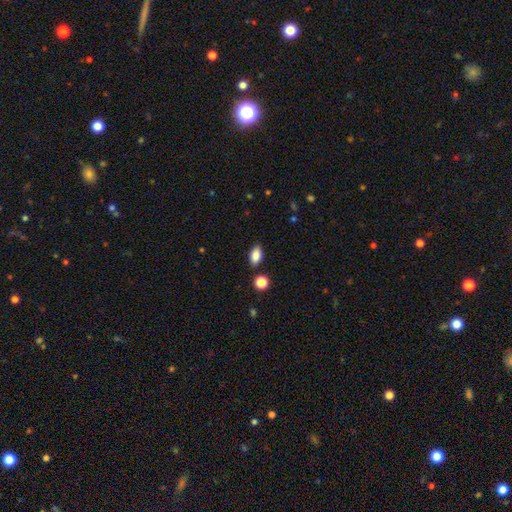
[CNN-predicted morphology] The model was most divided on "merging": none: 85%, minor disturbance: 10%, merger: 3%, major disturbance: 2%. More confident: how rounded — in between (89%); smooth or featured — smooth (87%).